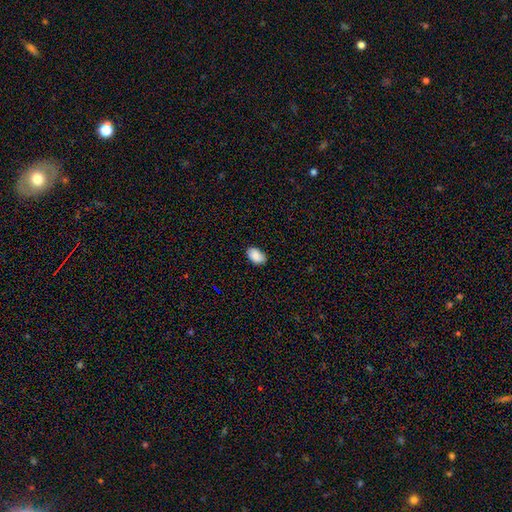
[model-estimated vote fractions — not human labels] smooth-or-featured: smooth: 87% | star or artifact: 7% | featured or disk: 5%
  how-rounded: in between: 91% | round: 7% | cigar-shaped: 1%
  merging: none: 83% | minor disturbance: 14% | major disturbance: 2% | merger: 1%